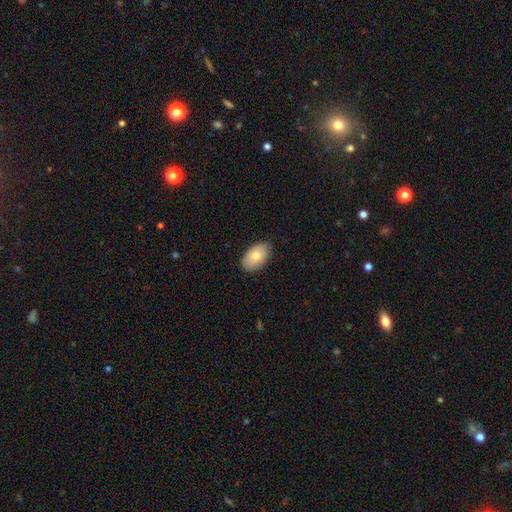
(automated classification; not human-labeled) Q: Smooth or featured?
A: smooth (79%); runner-up: featured or disk (14%)
Q: How rounded?
A: in between (93%); runner-up: round (6%)
Q: Merging?
A: none (86%); runner-up: minor disturbance (11%)